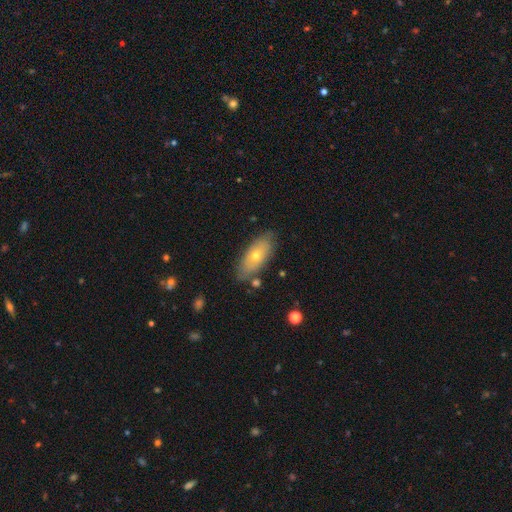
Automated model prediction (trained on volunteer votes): Q: Smooth or featured?
A: smooth (60%); runner-up: featured or disk (33%)
Q: How rounded?
A: in between (81%); runner-up: cigar-shaped (15%)
Q: Merging?
A: none (80%); runner-up: minor disturbance (14%)